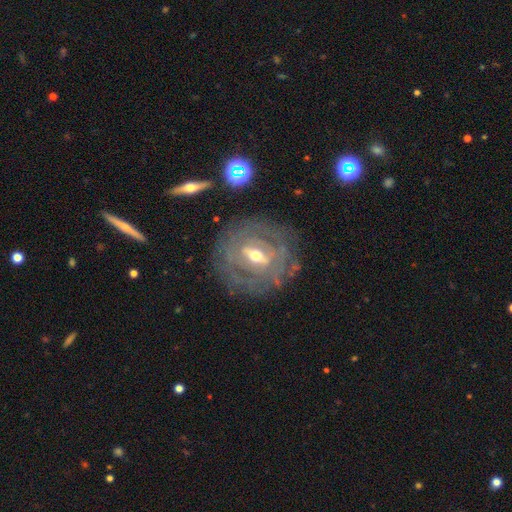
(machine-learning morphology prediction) featured or disk 81%, smooth 12%, star or artifact 7%. Down the decision tree: edge-on disk — no (91%); bar — strong (45%); spiral arms — yes (65%); bulge size — moderate (61%); merging — none (77%).